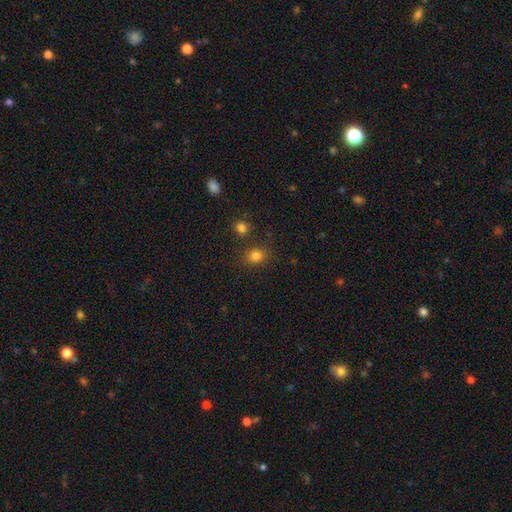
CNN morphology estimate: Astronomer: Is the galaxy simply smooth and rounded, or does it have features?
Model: smooth — 82%.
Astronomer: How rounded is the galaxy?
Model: round — 56% (runner-up: in between, 43%).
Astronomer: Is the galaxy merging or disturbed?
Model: none — 78%.